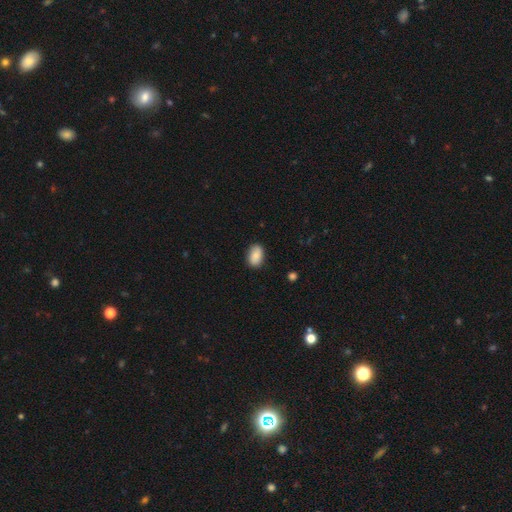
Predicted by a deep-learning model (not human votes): smooth-or-featured: smooth: 86% | featured or disk: 7% | star or artifact: 7%
  how-rounded: in between: 87% | round: 12% | cigar-shaped: 1%
  merging: none: 86% | minor disturbance: 11% | major disturbance: 2% | merger: 1%